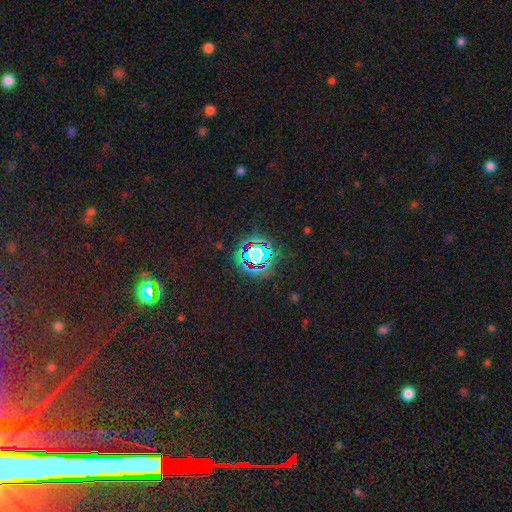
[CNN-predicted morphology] smooth-or-featured: star or artifact: 66% | smooth: 21% | featured or disk: 12%